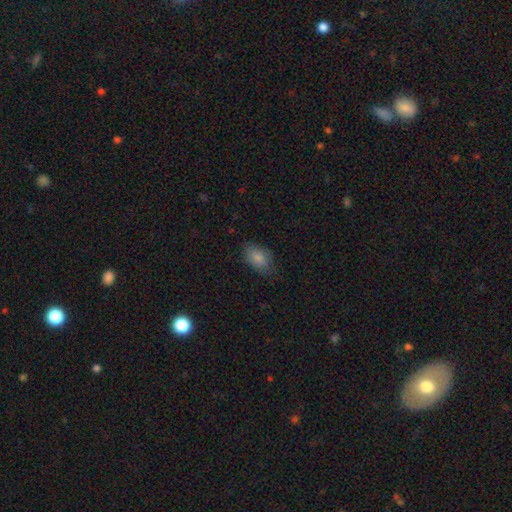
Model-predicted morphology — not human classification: Smooth or featured? smooth (80%)
How rounded? in between (86%)
Merging? none (77%)